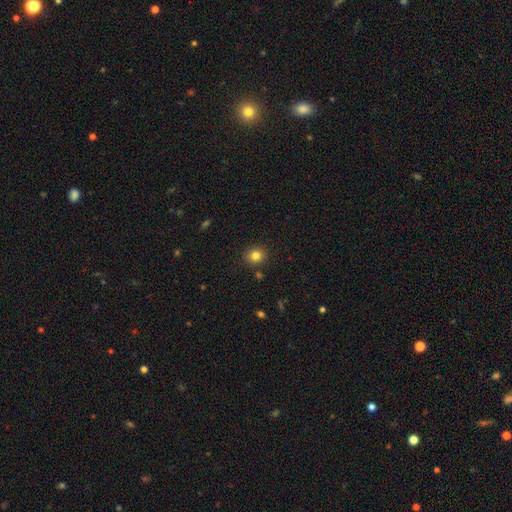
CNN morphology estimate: This appears to be a smooth galaxy with no disk features (81%) that is round (81%). Merging: none (88%).